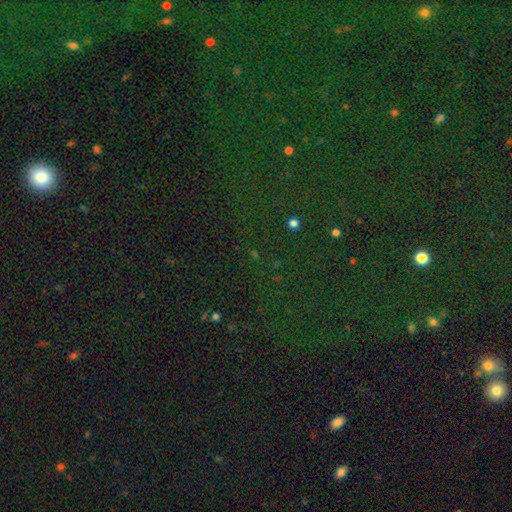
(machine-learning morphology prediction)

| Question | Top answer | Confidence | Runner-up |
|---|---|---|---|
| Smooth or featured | star or artifact | 79% | smooth (13%) |